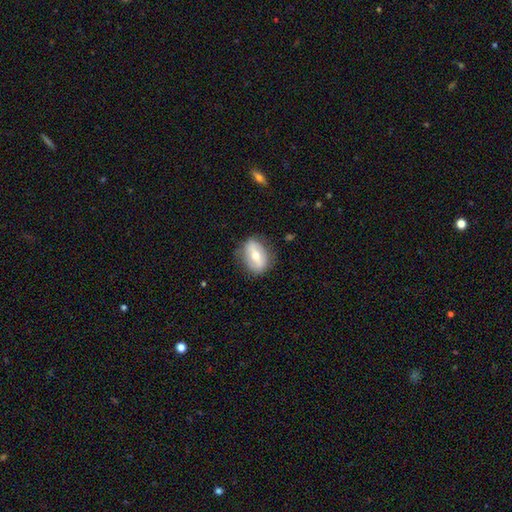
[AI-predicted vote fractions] Smooth or featured?
  - smooth: 46% * (tied)
  - featured or disk: 46% * (tied)
  - star or artifact: 7%
Merging?
  - none: 78% *
  - minor disturbance: 16%
  - major disturbance: 5%
  - merger: 1%